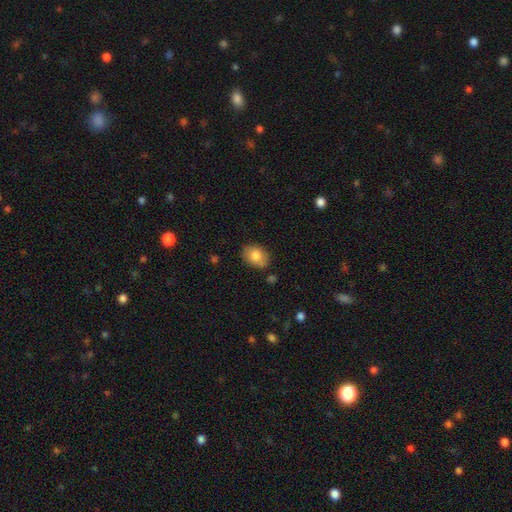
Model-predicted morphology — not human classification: Smooth or featured? Predicted: smooth (p=0.79). How rounded? Predicted: in between (p=0.70). Merging? Predicted: none (p=0.79).